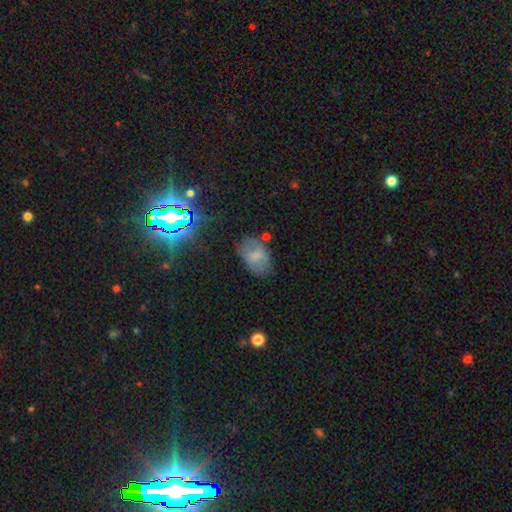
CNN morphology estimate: Smooth or featured? Predicted: smooth (p=0.61). How rounded? Predicted: in between (p=0.88). Merging? Predicted: none (p=0.69).